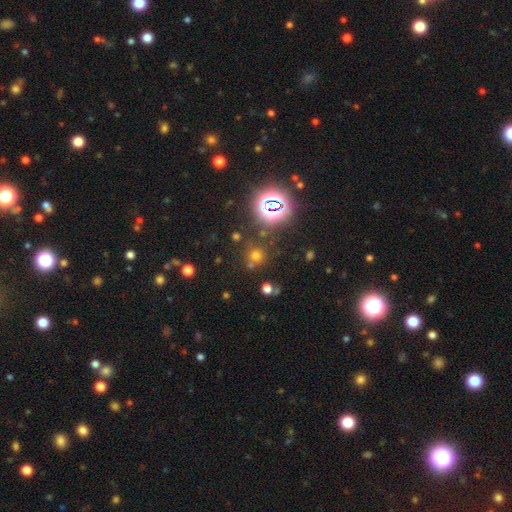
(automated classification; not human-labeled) Smooth or featured?
  - smooth: 57% *
  - star or artifact: 34%
  - featured or disk: 8%
How rounded?
  - round: 90% *
  - in between: 9%
  - cigar-shaped: 1%
Merging?
  - none: 73% *
  - merger: 13%
  - minor disturbance: 10%
  - major disturbance: 5%